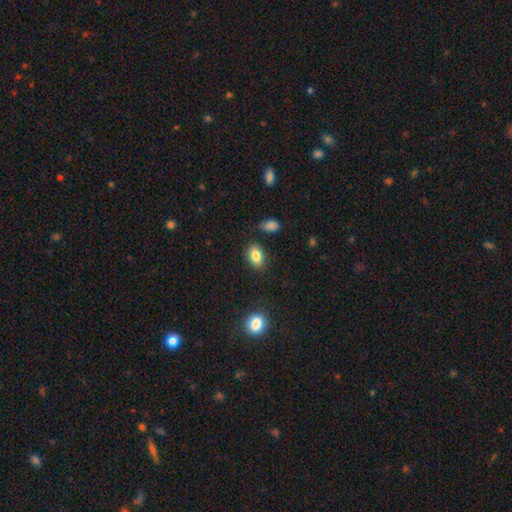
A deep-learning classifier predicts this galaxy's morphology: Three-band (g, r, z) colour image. It shows a smooth galaxy with no disk features (83%) that is in between round and cigar-shaped (86%). Merging: none (83%).